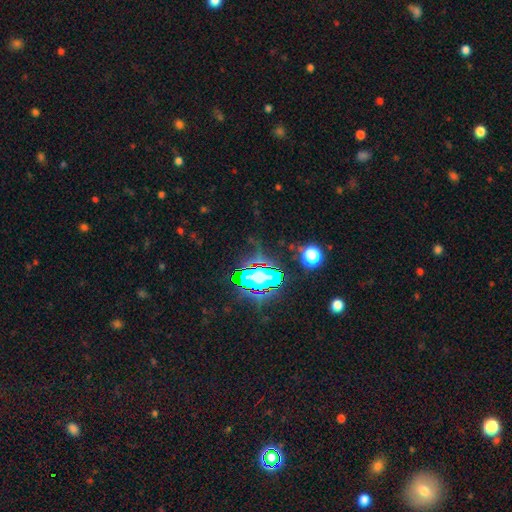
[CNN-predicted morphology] star or artifact 78%, smooth 12%, featured or disk 10%.